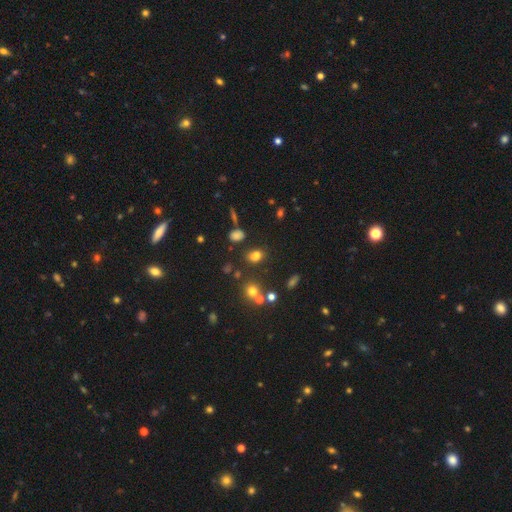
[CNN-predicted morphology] This appears to be a smooth galaxy with no disk features (74%) that is in between round and cigar-shaped (66%). Merging: none (74%).